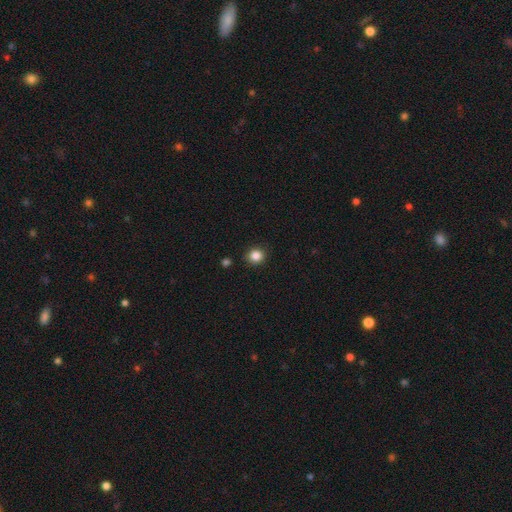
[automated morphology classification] Smooth or featured: smooth — 85% (star or artifact — 11%)
How rounded: round — 85% (in between — 14%)
Merging: none — 89% (minor disturbance — 7%)